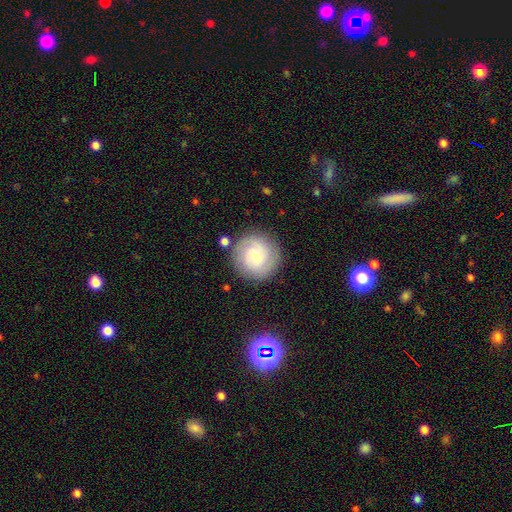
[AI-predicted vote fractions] smooth-or-featured: featured or disk: 53% | smooth: 38% | star or artifact: 9%
  disk-edge-on: no: 97% | yes: 3%
    bar: no: 68% | weak: 27% | strong: 5%
    has-spiral-arms: yes: 85% | no: 15%
    bulge-size: small: 58% | moderate: 36% | large: 3% | none: 2% | dominant: 1%
  merging: none: 85% | minor disturbance: 10% | major disturbance: 3% | merger: 2%